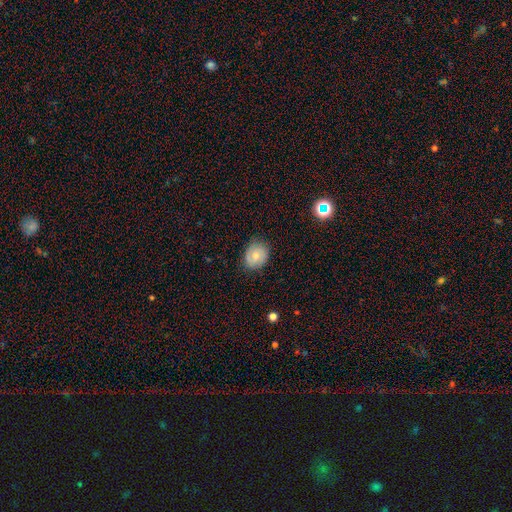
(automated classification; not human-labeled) Smooth or featured? Predicted: smooth (p=0.67). How rounded? Predicted: round (p=0.63). Merging? Predicted: none (p=0.78).